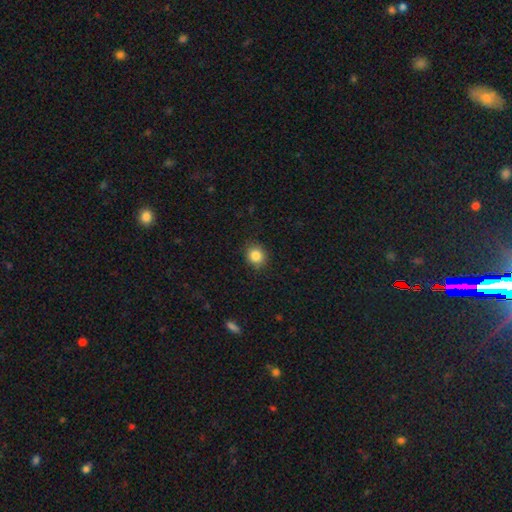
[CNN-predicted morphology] A smooth galaxy with no disk features (85%) that is round (77%). Merging: none (88%).